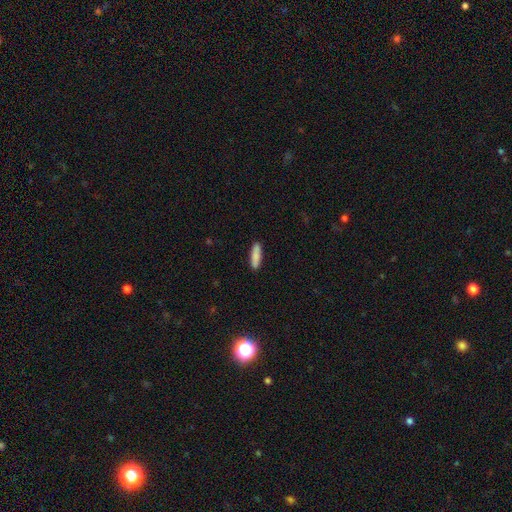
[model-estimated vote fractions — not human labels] This appears to be a smooth galaxy with no disk features (85%) that is cigar-shaped (68%). Merging: none (88%).